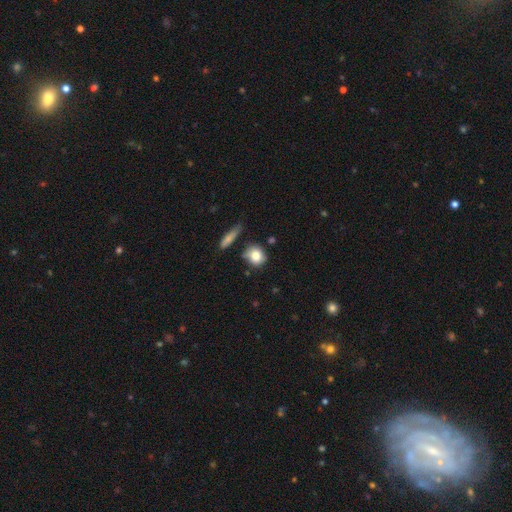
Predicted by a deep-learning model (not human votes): smooth 80%, featured or disk 11%, star or artifact 9%. Down the decision tree: how rounded — round (72%); merging — none (64%).